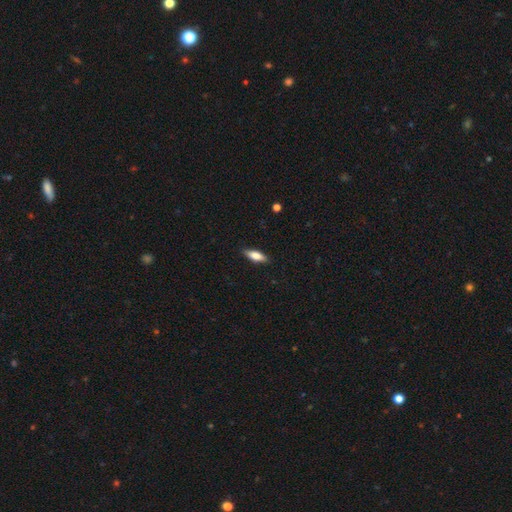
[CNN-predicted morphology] Smooth or featured: smooth — 72% (featured or disk — 21%)
How rounded: in between — 61% (cigar-shaped — 36%)
Merging: none — 87% (minor disturbance — 10%)